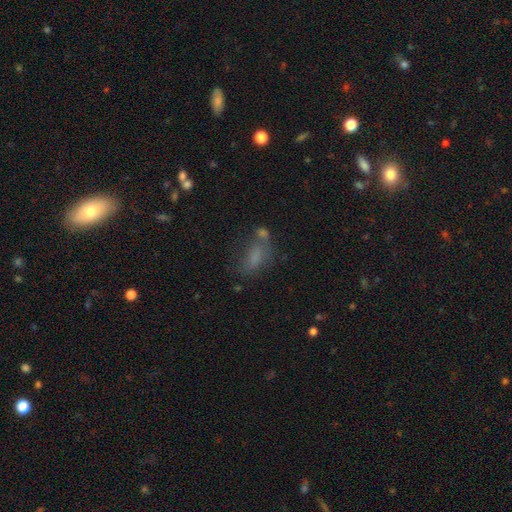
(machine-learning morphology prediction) The model was most divided on "merging": none: 43%, merger: 22%, minor disturbance: 19%, major disturbance: 17%. More confident: how rounded — in between (77%); smooth or featured — smooth (62%).